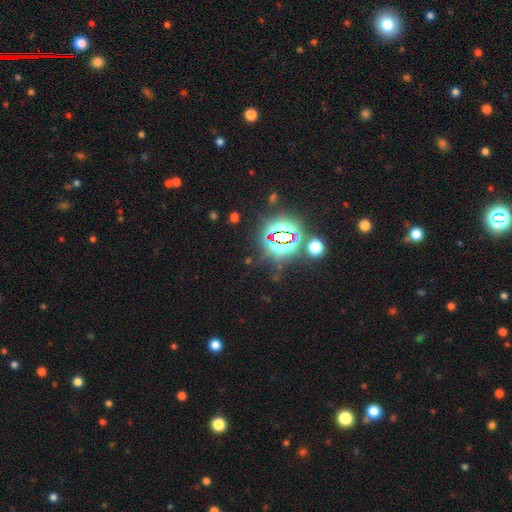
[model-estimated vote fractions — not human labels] Smooth or featured? Predicted: star or artifact (p=0.82).